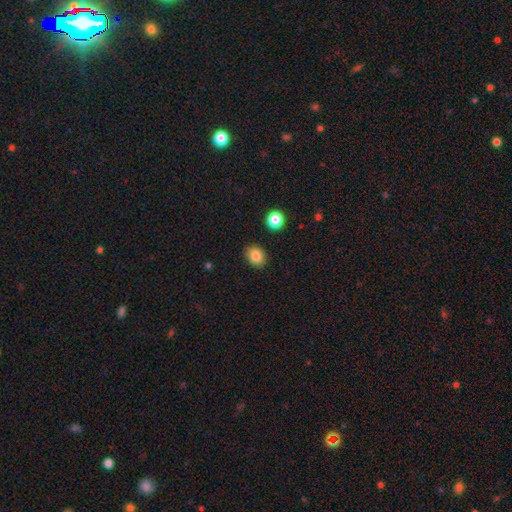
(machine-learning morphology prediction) Smooth or featured? smooth (85%)
How rounded? in between (51%)
Merging? none (88%)